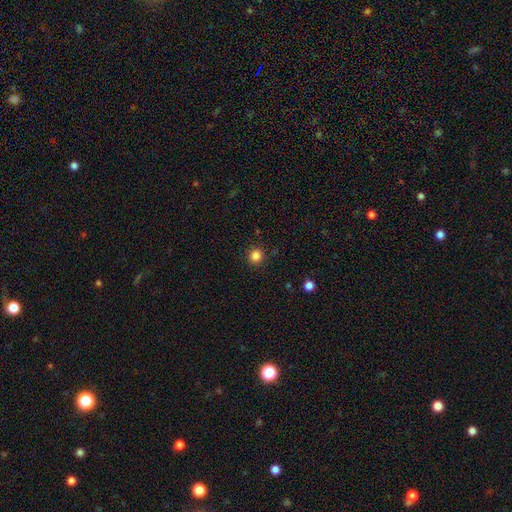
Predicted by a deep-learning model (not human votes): smooth_or_featured: smooth (p=0.84) [alt: star or artifact p=0.12]
how_rounded: round (p=0.91) [alt: in between p=0.09]
merging: none (p=0.91) [alt: minor disturbance p=0.06]